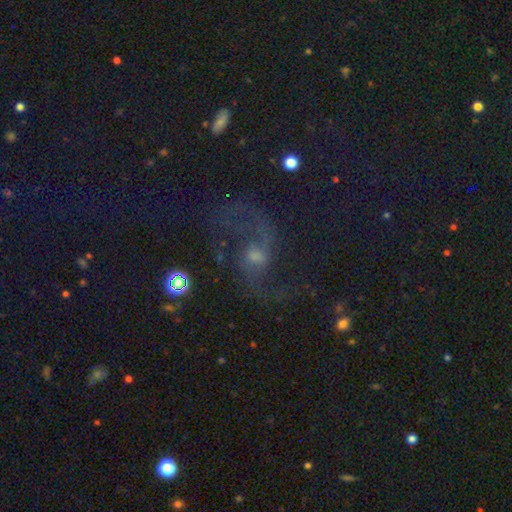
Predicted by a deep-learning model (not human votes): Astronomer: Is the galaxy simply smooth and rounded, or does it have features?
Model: featured or disk — 77%.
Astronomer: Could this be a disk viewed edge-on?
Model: no — 97%.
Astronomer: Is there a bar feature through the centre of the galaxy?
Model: weak — 46% (runner-up: no, 43%).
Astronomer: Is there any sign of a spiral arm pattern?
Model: yes — 91%.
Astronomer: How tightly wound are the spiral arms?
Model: loose — 69%.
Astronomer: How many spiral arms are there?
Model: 2 — 90%.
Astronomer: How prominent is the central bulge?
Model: small — 43% (runner-up: moderate, 41%).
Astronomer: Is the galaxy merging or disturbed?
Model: none — 58%.